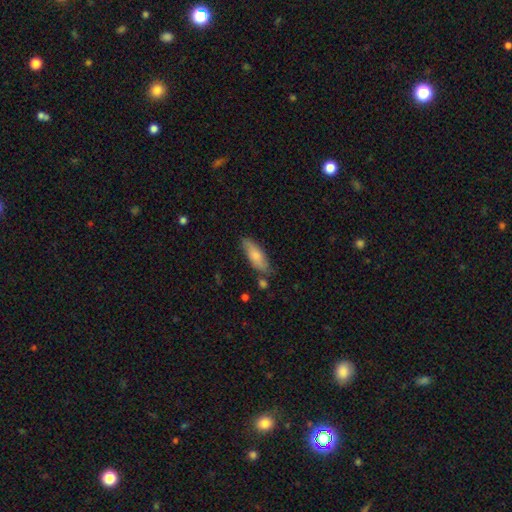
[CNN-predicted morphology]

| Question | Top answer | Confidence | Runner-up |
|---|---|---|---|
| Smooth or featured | smooth | 76% | featured or disk (18%) |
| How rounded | in between | 60% | cigar-shaped (38%) |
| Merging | none | 72% | minor disturbance (20%) |